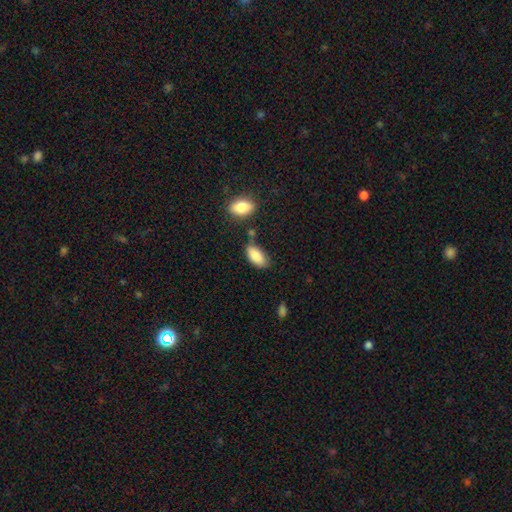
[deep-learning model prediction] smooth 86%, featured or disk 7%, star or artifact 7%. Down the decision tree: how rounded — in between (91%); merging — none (61%).